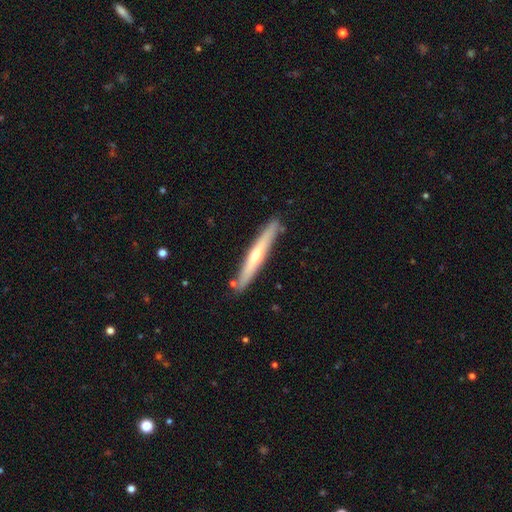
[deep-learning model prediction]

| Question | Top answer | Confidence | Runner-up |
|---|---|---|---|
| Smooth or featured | featured or disk | 61% | smooth (33%) |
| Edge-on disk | yes | 91% | no (9%) |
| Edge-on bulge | rounded | 76% | none (21%) |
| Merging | none | 87% | minor disturbance (10%) |